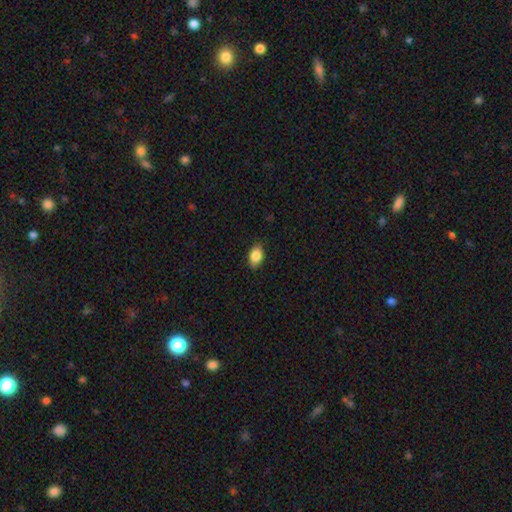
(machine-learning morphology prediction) Smooth or featured: smooth — 85% (star or artifact — 8%)
How rounded: in between — 85% (round — 13%)
Merging: none — 85% (minor disturbance — 12%)